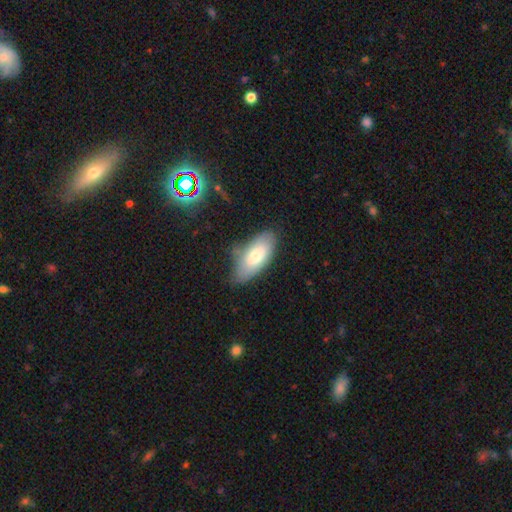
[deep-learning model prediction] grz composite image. It shows a smooth galaxy with no disk features (73%) that is in between round and cigar-shaped (89%). Merging: none (66%).